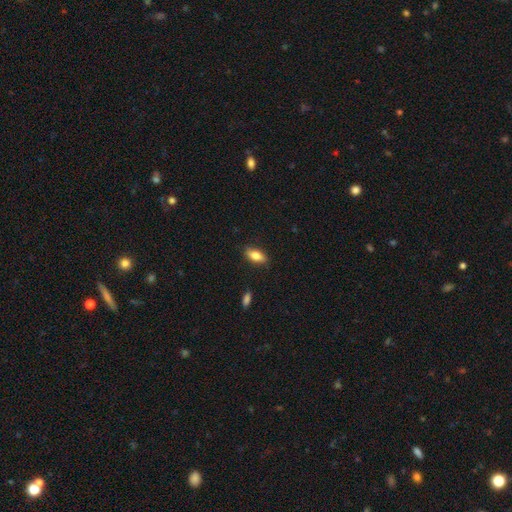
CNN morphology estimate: Smooth or featured? smooth (79%)
How rounded? in between (85%)
Merging? none (85%)